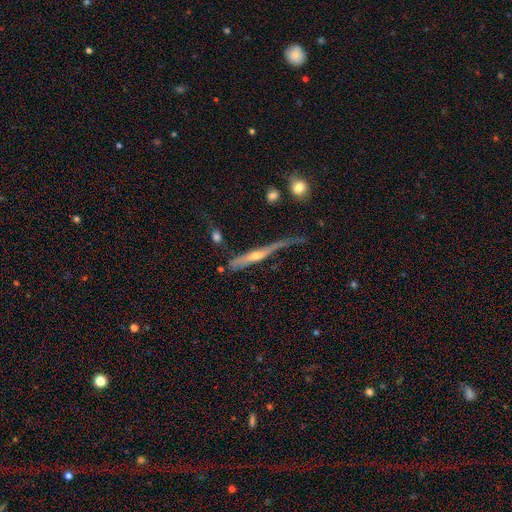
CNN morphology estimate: Smooth or featured? featured or disk (74%)
Edge-on disk? yes (94%)
Edge-on bulge? rounded (78%)
Merging? none (57%)